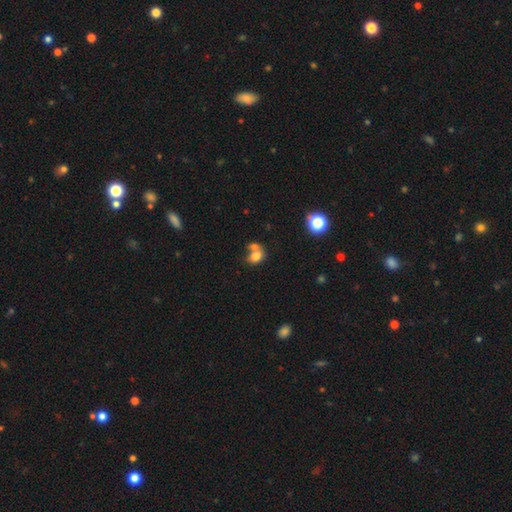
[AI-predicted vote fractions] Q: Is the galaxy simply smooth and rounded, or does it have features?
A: smooth — 75%.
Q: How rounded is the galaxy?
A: in between — 56%.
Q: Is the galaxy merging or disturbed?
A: merger — 55%.